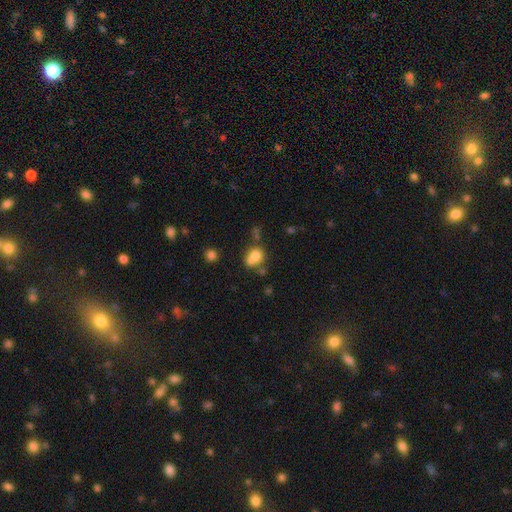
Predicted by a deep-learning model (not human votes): A smooth galaxy with no disk features (73%) that is round (55%).

Vote fractions:
- Smooth or featured? smooth: 73% / featured or disk: 14% / star or artifact: 13%
- How rounded? round: 55% / in between: 43% / cigar-shaped: 2%
- Merging? merger: 41% / none: 36% / minor disturbance: 15% / major disturbance: 9%